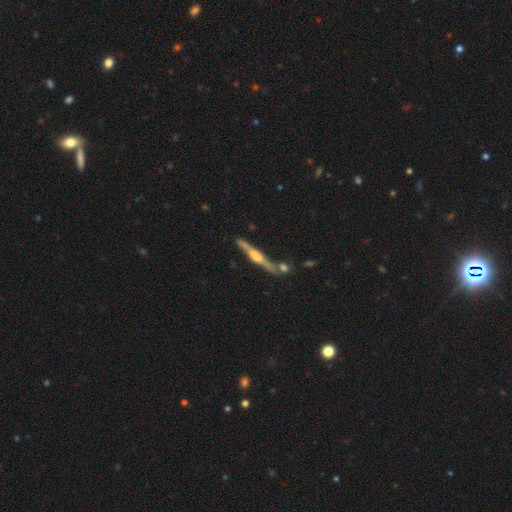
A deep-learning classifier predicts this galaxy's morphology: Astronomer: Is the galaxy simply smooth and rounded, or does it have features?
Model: featured or disk — 79%.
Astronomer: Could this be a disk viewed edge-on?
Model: yes — 97%.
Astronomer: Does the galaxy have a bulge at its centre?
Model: rounded — 76%.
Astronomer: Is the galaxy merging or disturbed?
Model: none — 71%.